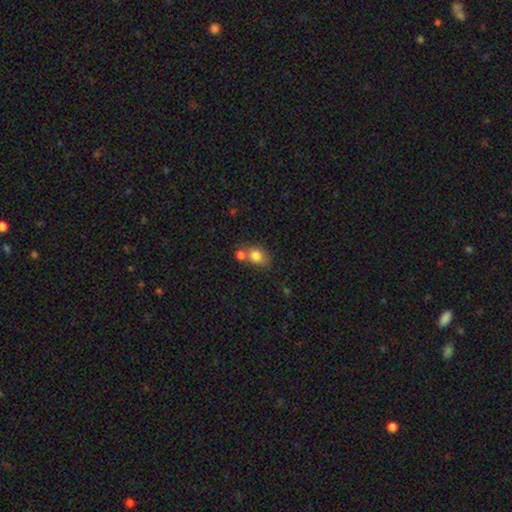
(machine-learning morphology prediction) Smooth or featured?
  - smooth: 81% *
  - star or artifact: 10%
  - featured or disk: 9%
How rounded?
  - in between: 53% *
  - round: 45%
  - cigar-shaped: 1%
Merging?
  - none: 48% *
  - merger: 34%
  - minor disturbance: 14%
  - major disturbance: 5%